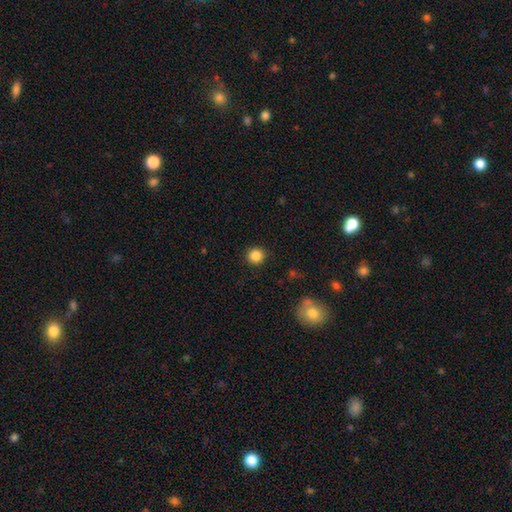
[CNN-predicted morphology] Smooth or featured? smooth (86%)
How rounded? round (92%)
Merging? none (91%)